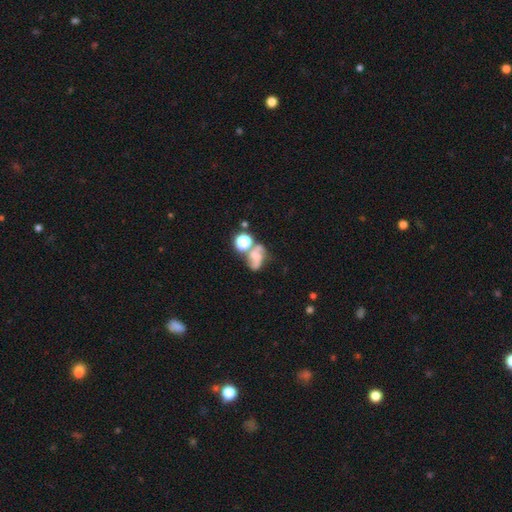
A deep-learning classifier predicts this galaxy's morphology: Smooth or featured? featured or disk (49%)
Merging? merger (38%)